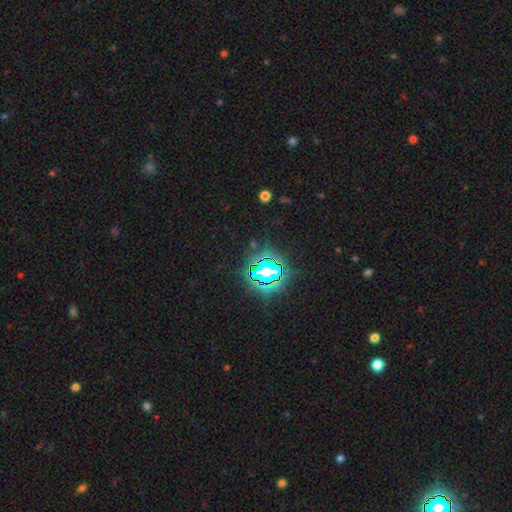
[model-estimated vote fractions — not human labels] Overall: star or artifact (84%).